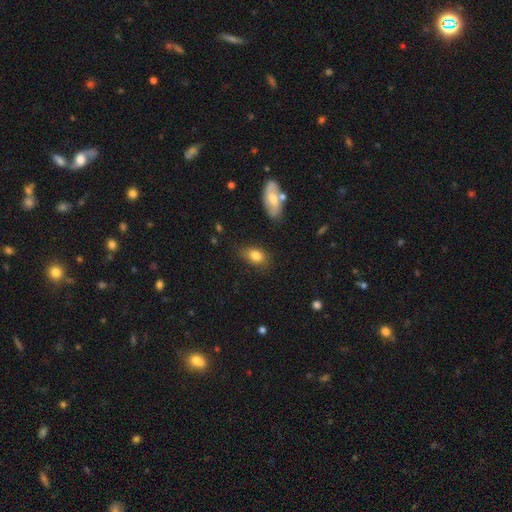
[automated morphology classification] Smooth or featured? Predicted: smooth (p=0.81). How rounded? Predicted: in between (p=0.83). Merging? Predicted: none (p=0.68).